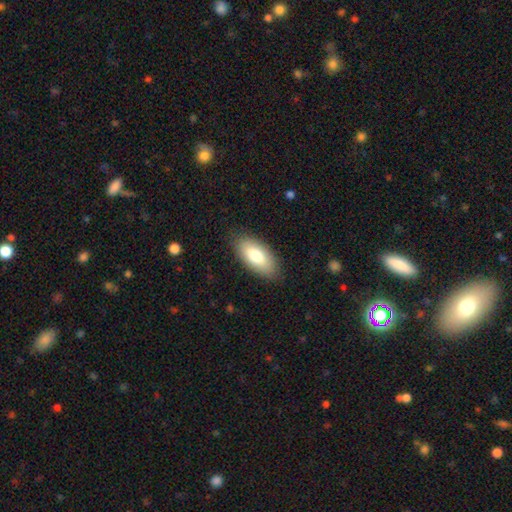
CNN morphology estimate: smooth 79%, featured or disk 15%, star or artifact 6%. Down the decision tree: how rounded — in between (91%); merging — none (86%).